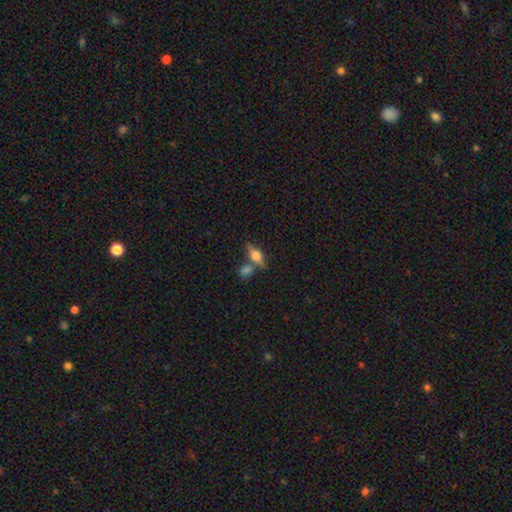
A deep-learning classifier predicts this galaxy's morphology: The model was most divided on "smooth or featured": smooth: 54%, featured or disk: 36%, star or artifact: 10%. More confident: how rounded — in between (69%); merging — none (55%).